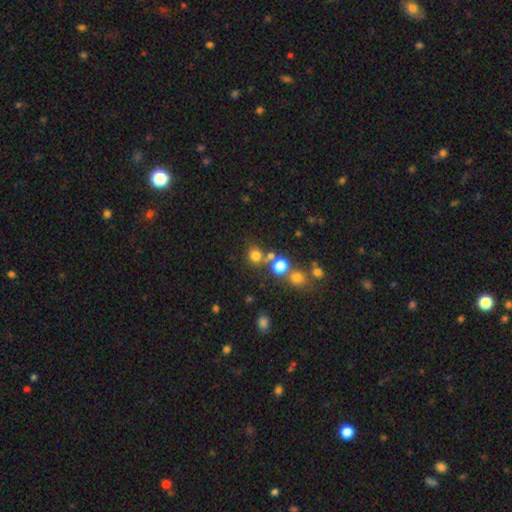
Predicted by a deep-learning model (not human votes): smooth_or_featured: smooth (p=0.74) [alt: star or artifact p=0.18]
how_rounded: round (p=0.85) [alt: in between p=0.14]
merging: none (p=0.67) [alt: merger p=0.19]